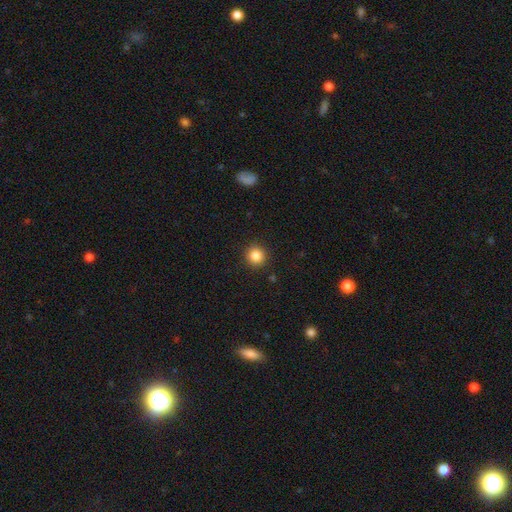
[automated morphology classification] This appears to be a smooth galaxy with no disk features (85%) that is round (94%). Merging: none (92%).